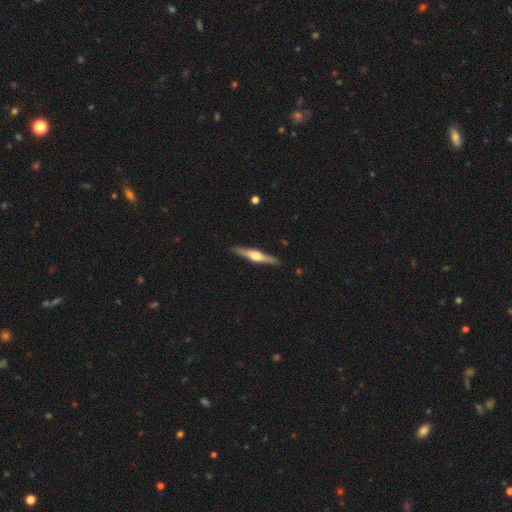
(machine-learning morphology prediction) Smooth or featured? Predicted: featured or disk (p=0.70). Edge-on disk? Predicted: yes (p=0.97). Edge-on bulge? Predicted: rounded (p=0.92). Merging? Predicted: none (p=0.91).